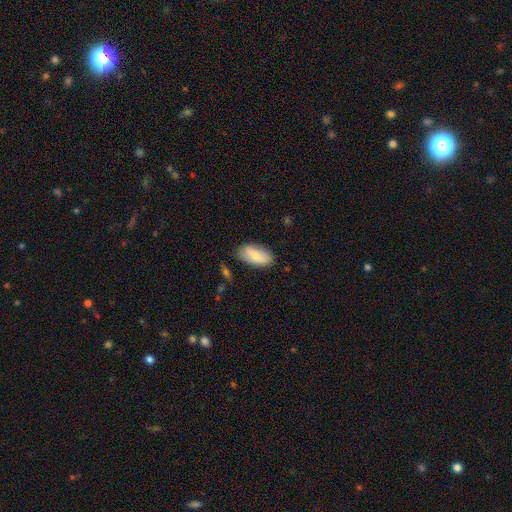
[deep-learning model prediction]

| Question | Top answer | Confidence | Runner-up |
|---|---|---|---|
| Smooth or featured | smooth | 79% | featured or disk (14%) |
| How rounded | in between | 93% | cigar-shaped (5%) |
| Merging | none | 77% | minor disturbance (18%) |